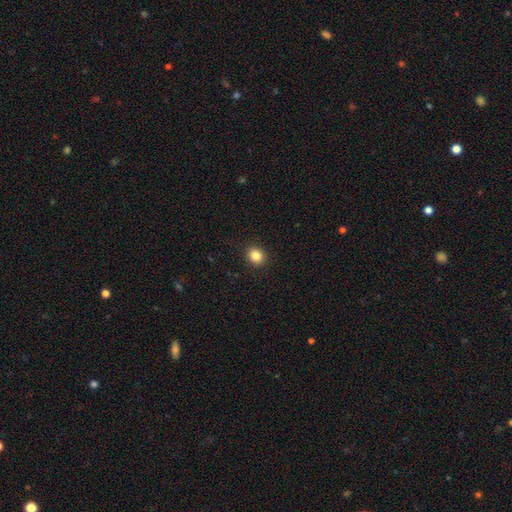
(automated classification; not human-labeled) smooth-or-featured: smooth: 85% | star or artifact: 11% | featured or disk: 5%
  how-rounded: round: 72% | in between: 27% | cigar-shaped: 1%
  merging: none: 91% | minor disturbance: 6% | major disturbance: 2% | merger: 1%